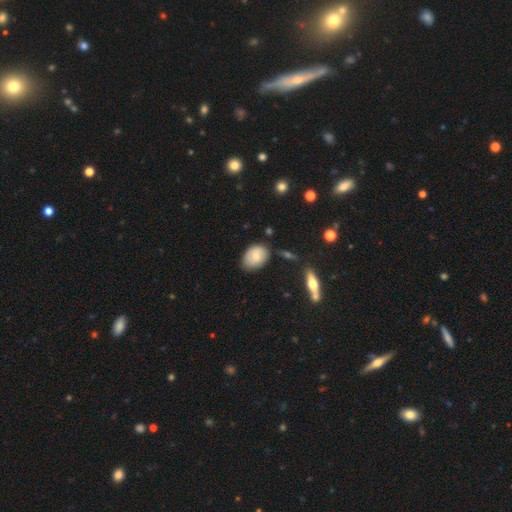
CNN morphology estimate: Smooth or featured? smooth (73%)
How rounded? in between (72%)
Merging? none (69%)